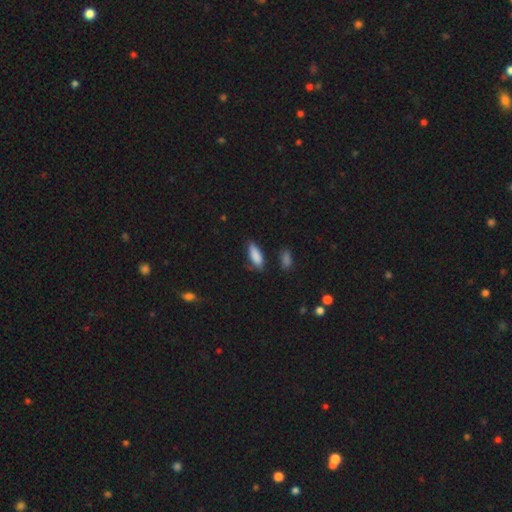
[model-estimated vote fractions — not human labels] Overall: smooth (87%). How rounded: in between (67%; cigar-shaped 31%). Merging: none (74%).